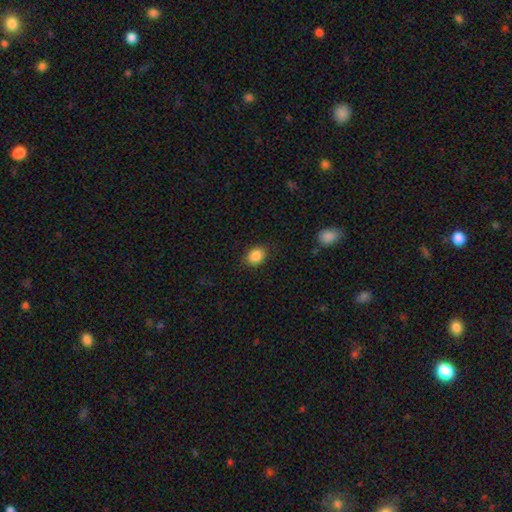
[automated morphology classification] Overall: smooth (87%). How rounded: round (51%; in between 48%). Merging: none (85%).